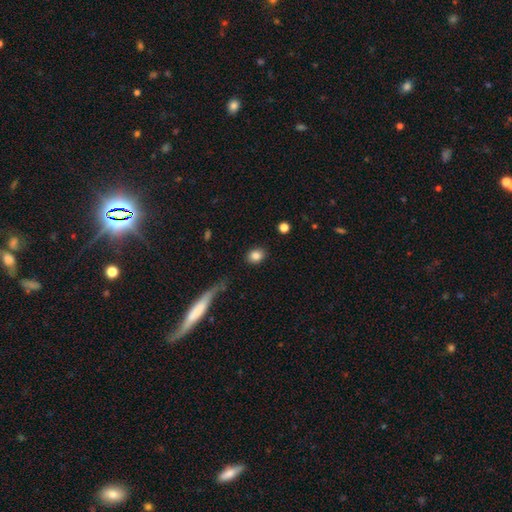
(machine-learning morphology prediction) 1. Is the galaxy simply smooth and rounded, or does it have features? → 85% smooth, 9% star or artifact, 6% featured or disk.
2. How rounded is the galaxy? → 55% round, 43% in between, 1% cigar-shaped.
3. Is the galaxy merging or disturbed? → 87% none, 8% minor disturbance, 3% major disturbance, 2% merger.